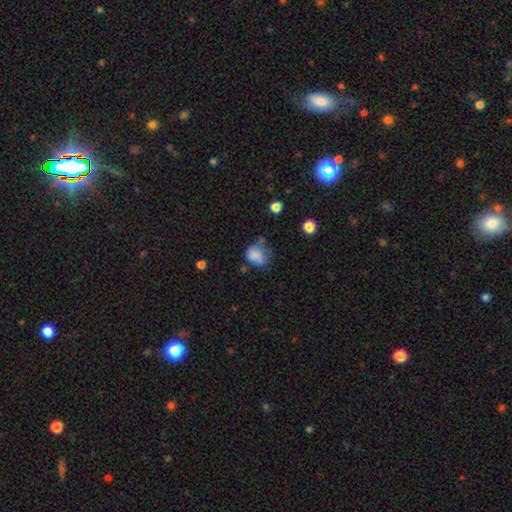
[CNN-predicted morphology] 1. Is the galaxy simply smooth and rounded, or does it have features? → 71% smooth, 18% featured or disk, 11% star or artifact.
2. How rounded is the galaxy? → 50% round, 49% in between, 1% cigar-shaped.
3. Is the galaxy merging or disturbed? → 32% minor disturbance, 31% none, 25% major disturbance, 12% merger.